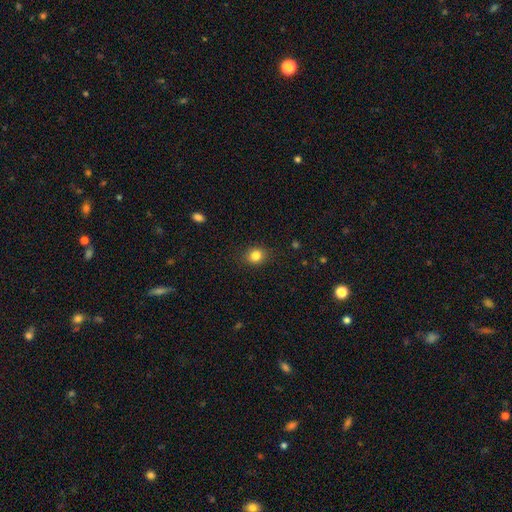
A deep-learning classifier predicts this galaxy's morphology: smooth 83%, star or artifact 11%, featured or disk 6%. Down the decision tree: how rounded — round (62%); merging — none (87%).